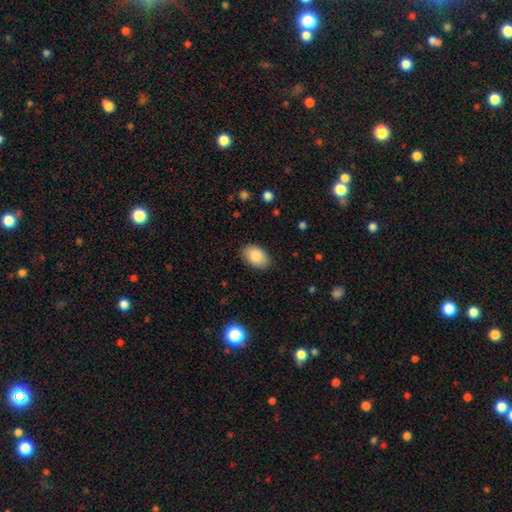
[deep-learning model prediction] Overall: smooth (88%). How rounded: in between (88%). Merging: none (84%).